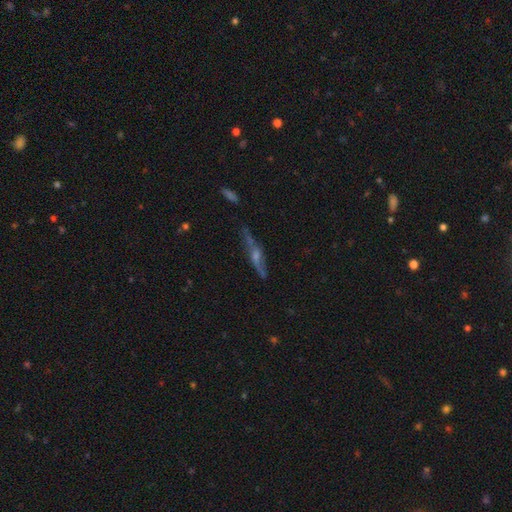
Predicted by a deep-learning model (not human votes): smooth_or_featured: featured or disk (p=0.67) [alt: smooth p=0.19]
disk_edge_on: yes (p=0.75) [alt: no p=0.25]
edge_on_bulge: rounded (p=0.75) [alt: none p=0.15]
merging: none (p=0.66) [alt: minor disturbance p=0.20]